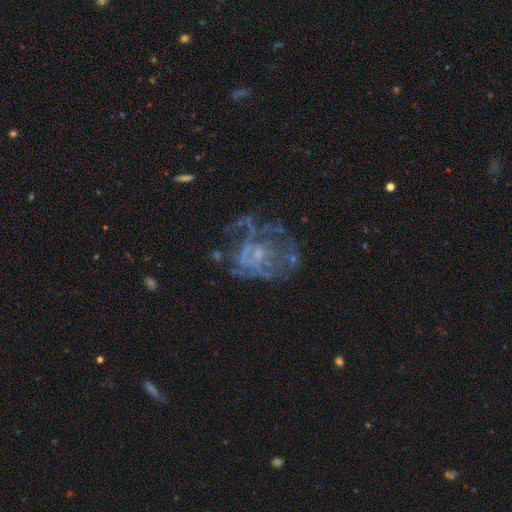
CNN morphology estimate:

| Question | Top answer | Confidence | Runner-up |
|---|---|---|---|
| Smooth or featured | featured or disk | 70% | star or artifact (16%) |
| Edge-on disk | no | 98% | yes (2%) |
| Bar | no | 83% | weak (14%) |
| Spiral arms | no | 66% | yes (34%) |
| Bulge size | small | 49% | none (33%) |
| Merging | major disturbance | 40% | none (37%) |